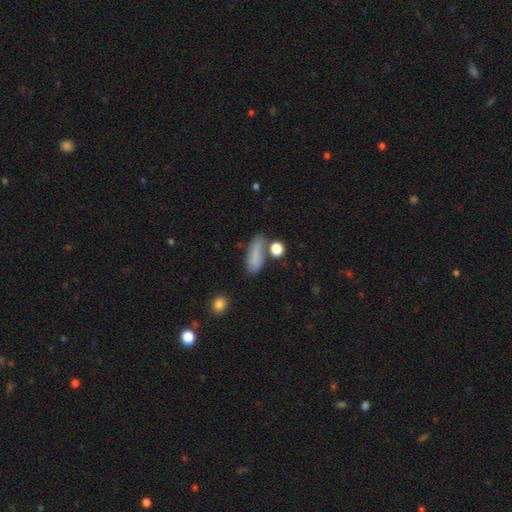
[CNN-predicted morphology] Q: Smooth or featured?
A: smooth (77%); runner-up: featured or disk (12%)
Q: How rounded?
A: in between (63%); runner-up: cigar-shaped (30%)
Q: Merging?
A: none (53%); runner-up: minor disturbance (22%)